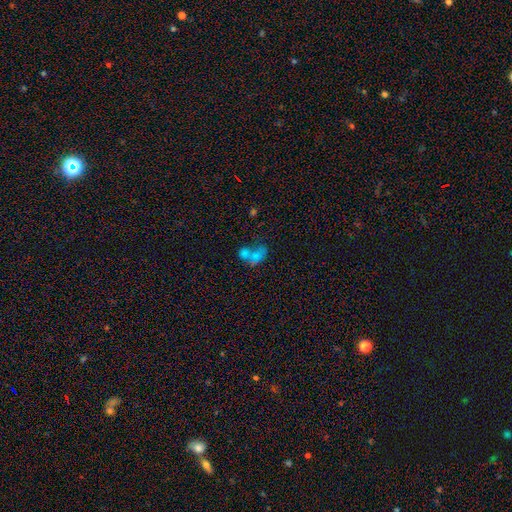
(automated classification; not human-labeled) smooth_or_featured: smooth (p=0.62) [alt: featured or disk p=0.24]
how_rounded: in between (p=0.68) [alt: round p=0.30]
merging: merger (p=0.65) [alt: none p=0.18]